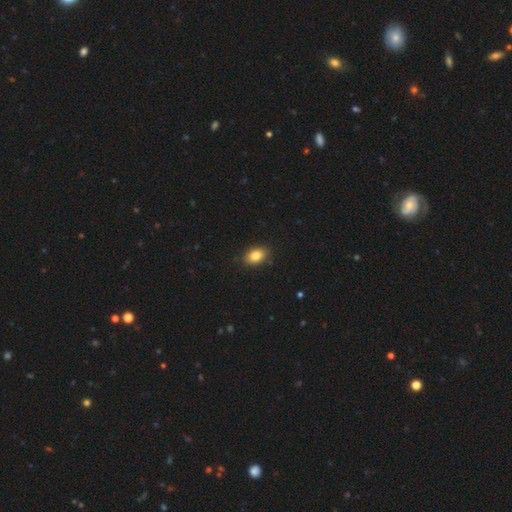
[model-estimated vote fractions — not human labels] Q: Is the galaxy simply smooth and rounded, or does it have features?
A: smooth — 84%.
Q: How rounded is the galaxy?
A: in between — 83%.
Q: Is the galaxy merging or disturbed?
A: none — 86%.